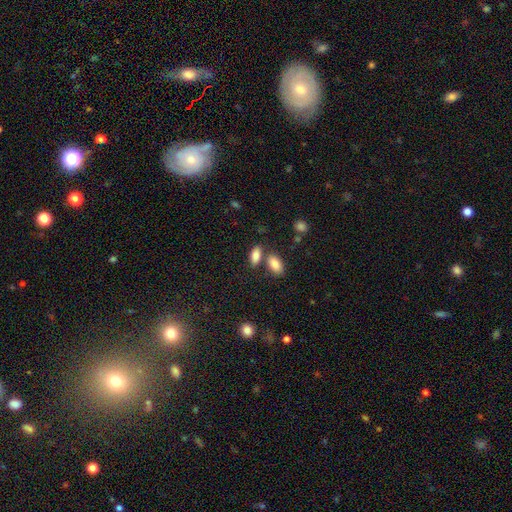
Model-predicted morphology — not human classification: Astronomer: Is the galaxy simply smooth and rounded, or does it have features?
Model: smooth — 85%.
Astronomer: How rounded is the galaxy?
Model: in between — 89%.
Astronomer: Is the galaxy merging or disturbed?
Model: none — 59%.